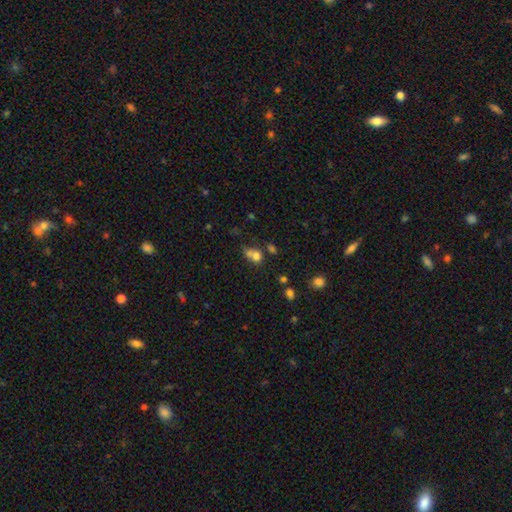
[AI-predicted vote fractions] Smooth or featured: smooth — 72% (star or artifact — 15%)
How rounded: round — 62% (in between — 36%)
Merging: merger — 47% (none — 32%)